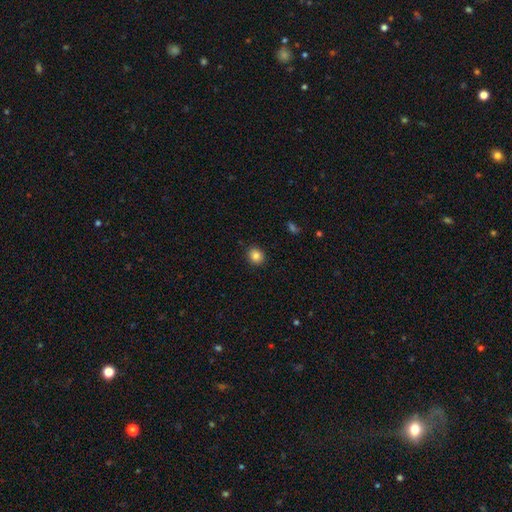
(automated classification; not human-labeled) Smooth or featured?
  - smooth: 85% *
  - star or artifact: 10%
  - featured or disk: 5%
How rounded?
  - round: 75% *
  - in between: 24%
  - cigar-shaped: 1%
Merging?
  - none: 90% *
  - minor disturbance: 7%
  - major disturbance: 2%
  - merger: 1%